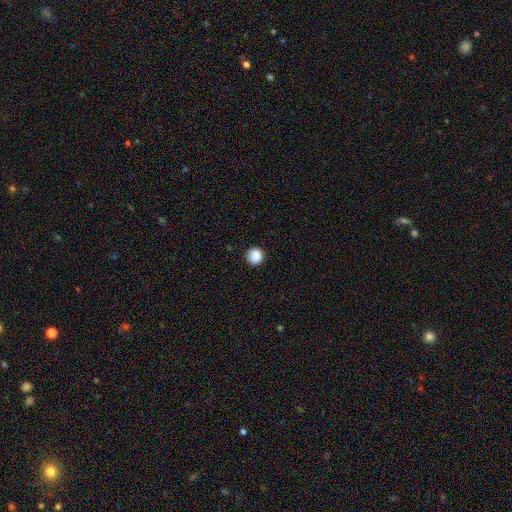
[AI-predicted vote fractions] The model was most divided on "smooth or featured": smooth: 88%, star or artifact: 9%, featured or disk: 3%. More confident: how rounded — round (93%); merging — none (91%).